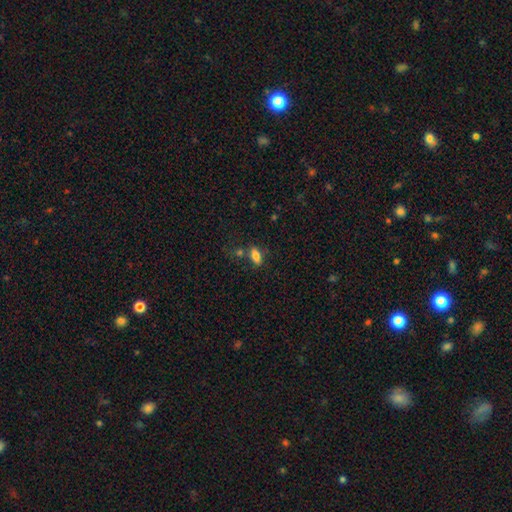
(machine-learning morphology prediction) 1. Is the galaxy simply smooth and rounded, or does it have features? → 78% smooth, 12% featured or disk, 10% star or artifact.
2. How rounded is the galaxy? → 80% in between, 15% cigar-shaped, 5% round.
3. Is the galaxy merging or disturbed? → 68% none, 15% minor disturbance, 12% merger, 5% major disturbance.